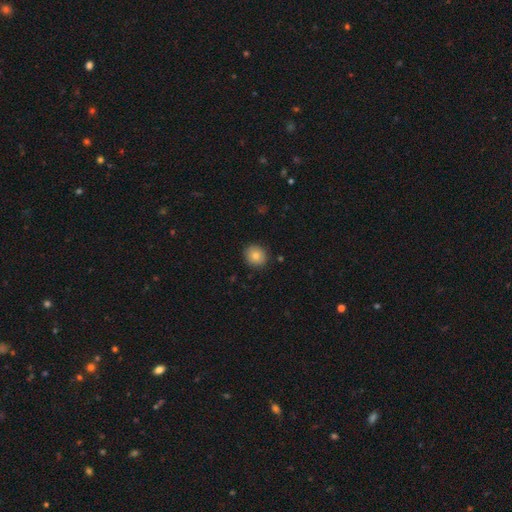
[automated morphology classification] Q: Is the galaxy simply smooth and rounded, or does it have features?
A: smooth — 81%.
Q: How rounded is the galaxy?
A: round — 80%.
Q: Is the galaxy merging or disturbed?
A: none — 89%.